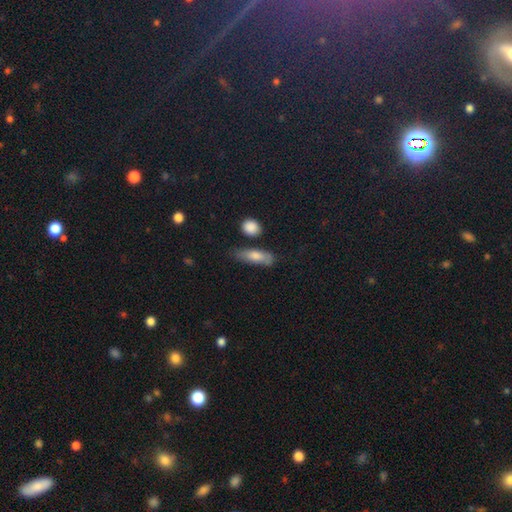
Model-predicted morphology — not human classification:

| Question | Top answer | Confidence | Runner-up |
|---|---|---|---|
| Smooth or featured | smooth | 69% | featured or disk (21%) |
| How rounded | in between | 51% | cigar-shaped (43%) |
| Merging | none | 60% | minor disturbance (25%) |